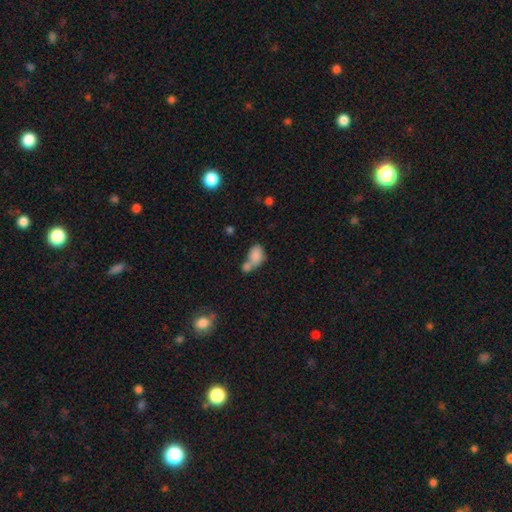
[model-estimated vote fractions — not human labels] Q: Smooth or featured?
A: smooth (81%); runner-up: featured or disk (10%)
Q: How rounded?
A: in between (78%); runner-up: round (20%)
Q: Merging?
A: merger (62%); runner-up: none (22%)